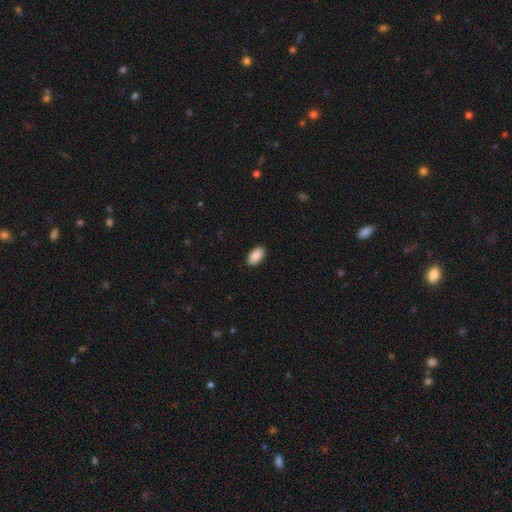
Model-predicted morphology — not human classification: A smooth galaxy with no disk features (91%) that is in between round and cigar-shaped (95%). Merging: none (90%).